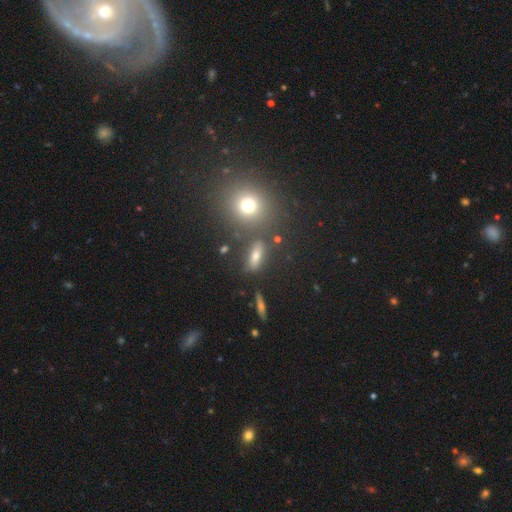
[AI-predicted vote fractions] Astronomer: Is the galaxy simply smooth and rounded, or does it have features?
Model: smooth — 57%.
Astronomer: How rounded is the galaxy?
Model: in between — 47% (runner-up: cigar-shaped, 32%).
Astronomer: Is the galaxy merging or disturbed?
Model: none — 80%.